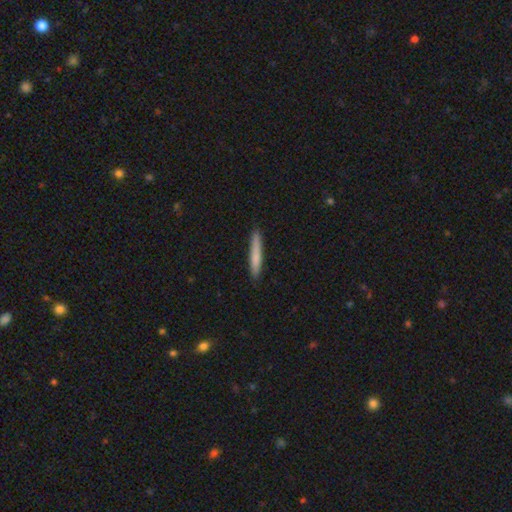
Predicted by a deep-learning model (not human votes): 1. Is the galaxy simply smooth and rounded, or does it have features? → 75% smooth, 19% featured or disk, 6% star or artifact.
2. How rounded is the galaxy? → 95% cigar-shaped, 4% in between, 1% round.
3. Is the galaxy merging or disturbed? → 90% none, 8% minor disturbance, 1% major disturbance, 1% merger.